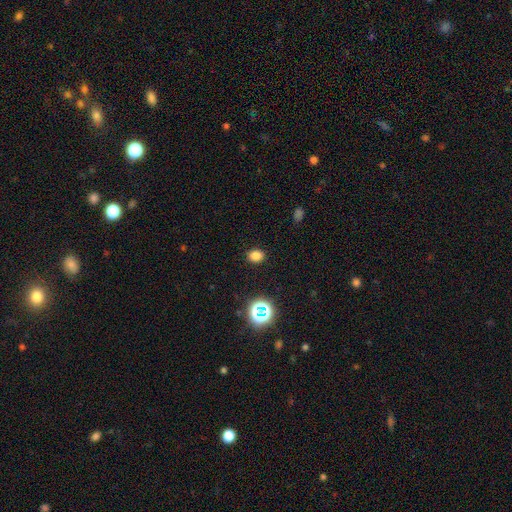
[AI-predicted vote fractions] Q: Smooth or featured?
A: smooth (79%); runner-up: star or artifact (17%)
Q: How rounded?
A: round (51%); runner-up: in between (48%)
Q: Merging?
A: none (89%); runner-up: minor disturbance (8%)